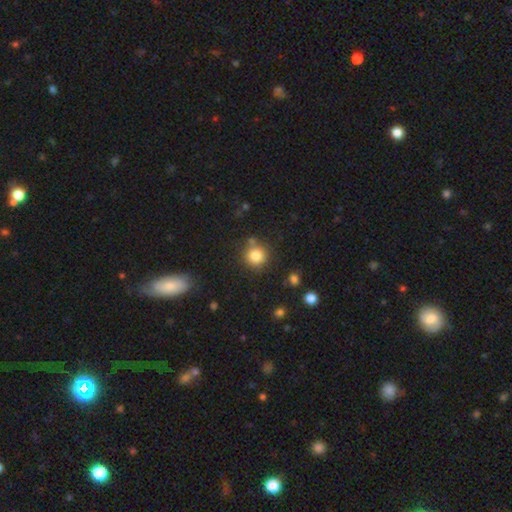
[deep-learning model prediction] A smooth galaxy with no disk features (83%) that is round (92%). Merging: none (77%).